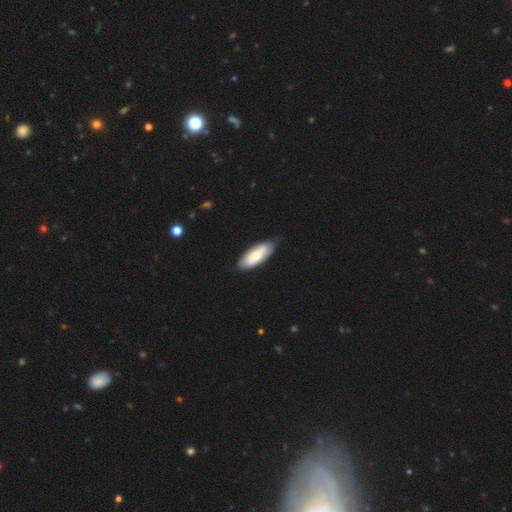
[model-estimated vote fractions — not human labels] This appears to be a smooth galaxy with no disk features (67%) that is in between round and cigar-shaped (78%). Merging: none (84%).